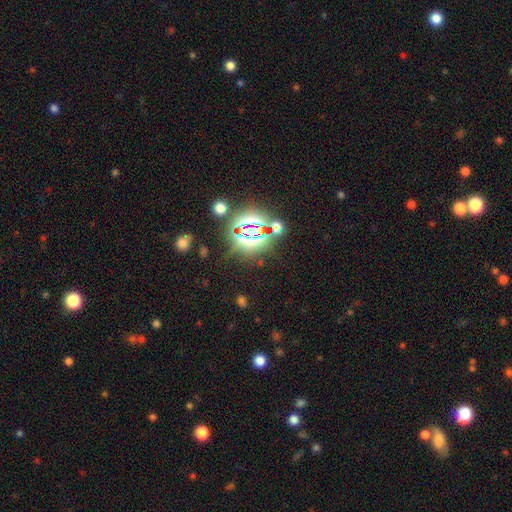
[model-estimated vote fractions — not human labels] Overall: star or artifact (84%).